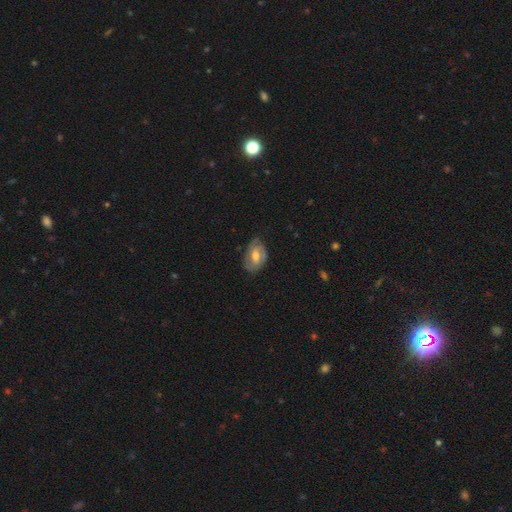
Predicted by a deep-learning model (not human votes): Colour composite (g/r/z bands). It shows a featured or disk galaxy (58%) with a weak bar (47%), spiral arms (76%) and a moderate central bulge (67%). Merging: none (70%).